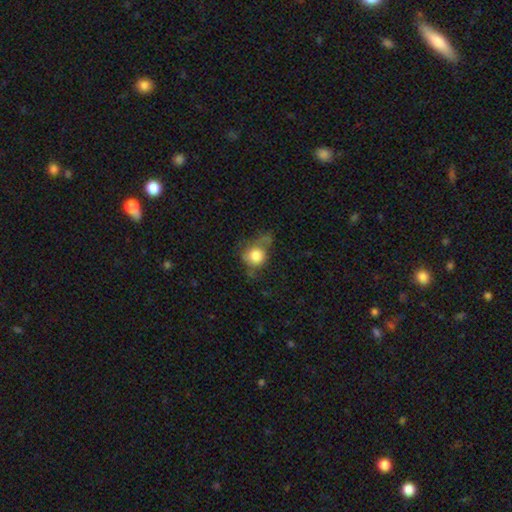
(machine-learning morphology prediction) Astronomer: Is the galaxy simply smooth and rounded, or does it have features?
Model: smooth — 75%.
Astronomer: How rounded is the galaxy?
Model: round — 74%.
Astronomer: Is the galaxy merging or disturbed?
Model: none — 38% (runner-up: minor disturbance, 30%).